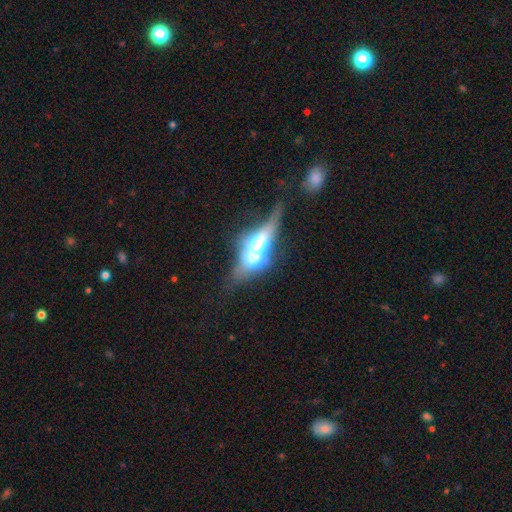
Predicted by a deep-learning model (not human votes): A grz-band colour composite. It shows a featured or disk galaxy (48%). Merging: merger (72%).